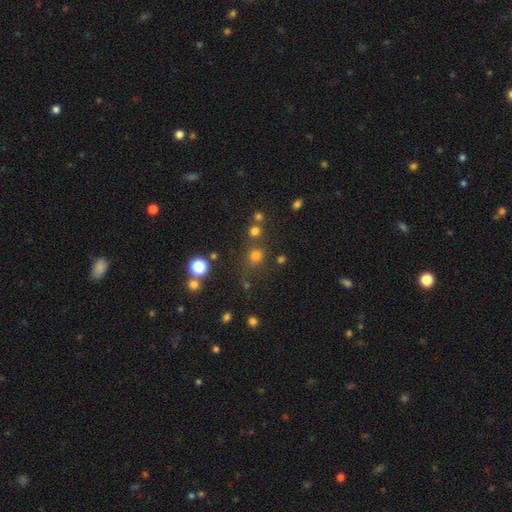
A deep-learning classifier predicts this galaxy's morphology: Smooth or featured: smooth — 73% (star or artifact — 21%)
How rounded: round — 88% (in between — 11%)
Merging: none — 71% (merger — 12%)